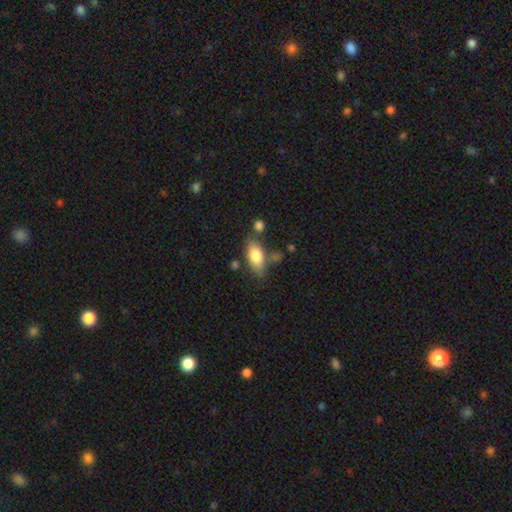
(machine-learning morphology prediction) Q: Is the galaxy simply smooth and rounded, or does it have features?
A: smooth — 78%.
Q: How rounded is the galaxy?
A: in between — 83%.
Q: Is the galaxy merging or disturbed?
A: none — 66%.